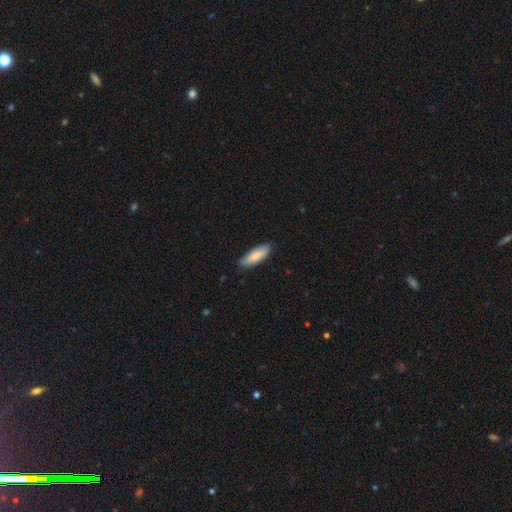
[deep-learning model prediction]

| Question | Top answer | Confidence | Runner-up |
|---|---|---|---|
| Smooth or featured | smooth | 82% | featured or disk (13%) |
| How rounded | in between | 54% | cigar-shaped (45%) |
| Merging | none | 83% | minor disturbance (14%) |